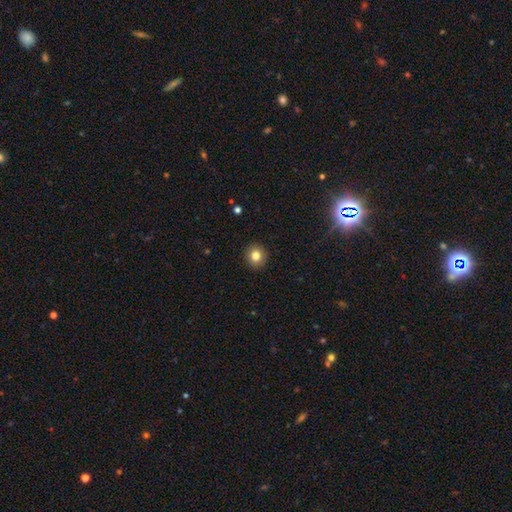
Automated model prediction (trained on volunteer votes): smooth-or-featured: smooth: 81% | star or artifact: 10% | featured or disk: 8%
  how-rounded: round: 88% | in between: 11% | cigar-shaped: 1%
  merging: none: 92% | minor disturbance: 6% | major disturbance: 2% | merger: 1%